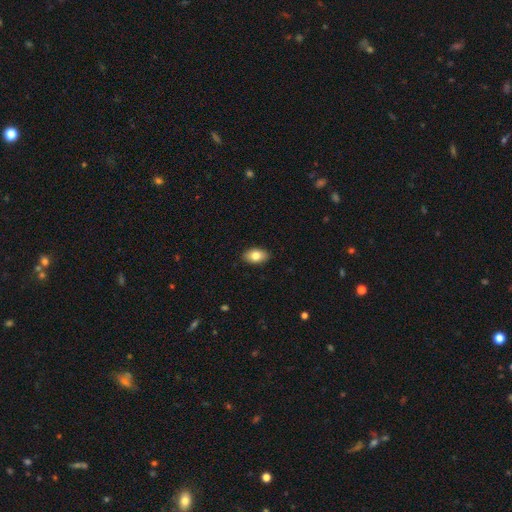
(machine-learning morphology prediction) Smooth or featured? Predicted: smooth (p=0.81). How rounded? Predicted: in between (p=0.91). Merging? Predicted: none (p=0.89).